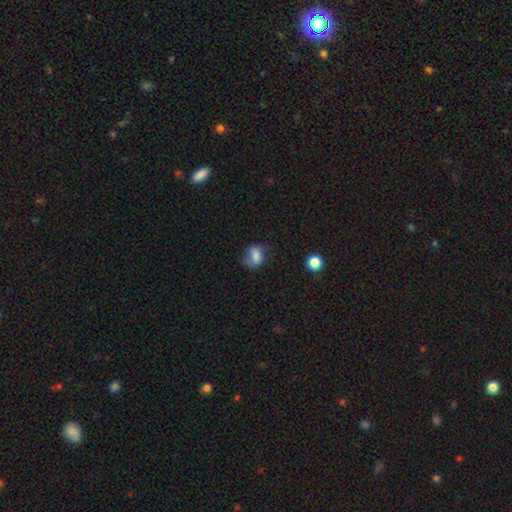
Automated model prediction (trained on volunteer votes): Morphology: type=smooth (76%); roundness=in between (69%); merging=none (47%).